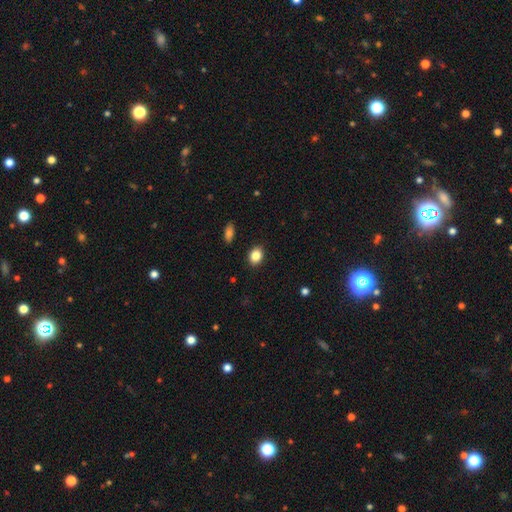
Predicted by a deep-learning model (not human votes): The model was most divided on "how rounded": in between: 60%, round: 38%, cigar-shaped: 1%. More confident: merging — none (89%); smooth or featured — smooth (86%).